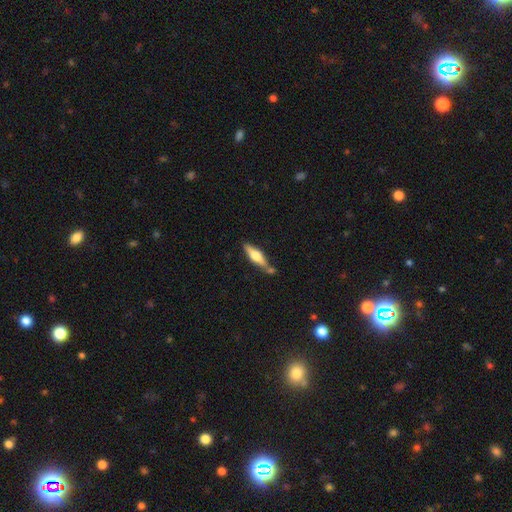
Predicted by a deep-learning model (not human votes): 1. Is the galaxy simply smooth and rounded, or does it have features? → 53% featured or disk, 41% smooth, 6% star or artifact.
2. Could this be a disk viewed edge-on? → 93% yes, 7% no.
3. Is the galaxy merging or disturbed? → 68% none, 15% minor disturbance, 14% merger, 4% major disturbance.